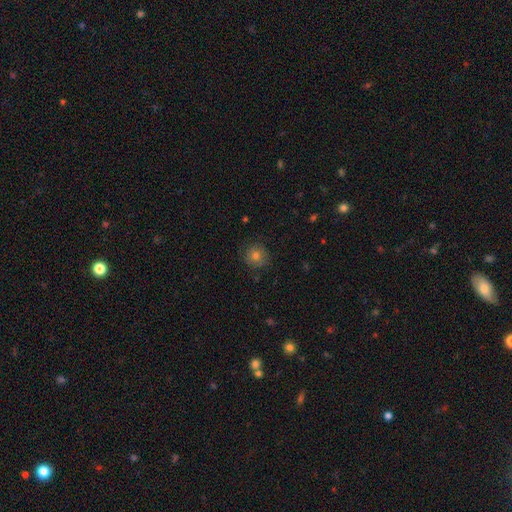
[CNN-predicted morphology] This appears to be a smooth galaxy with no disk features (74%) that is round (92%). Merging: none (85%).